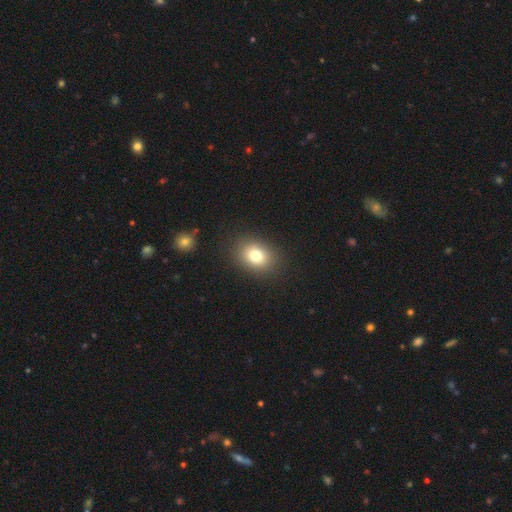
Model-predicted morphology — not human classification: This is likely a smooth galaxy (78%). How rounded: possibly in between (56%). Merging: clearly none (87%).